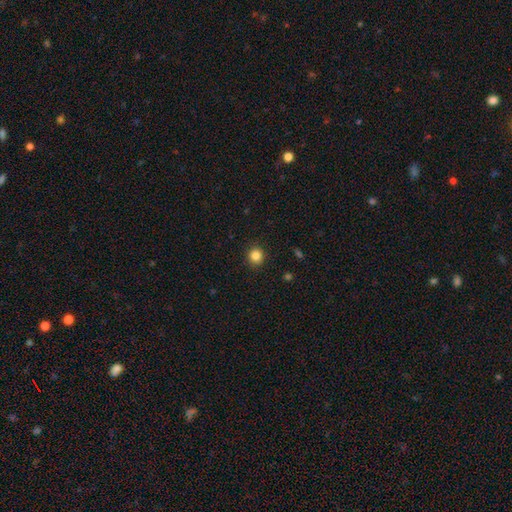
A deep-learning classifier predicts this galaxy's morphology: Overall: smooth (84%). How rounded: round (90%). Merging: none (92%).